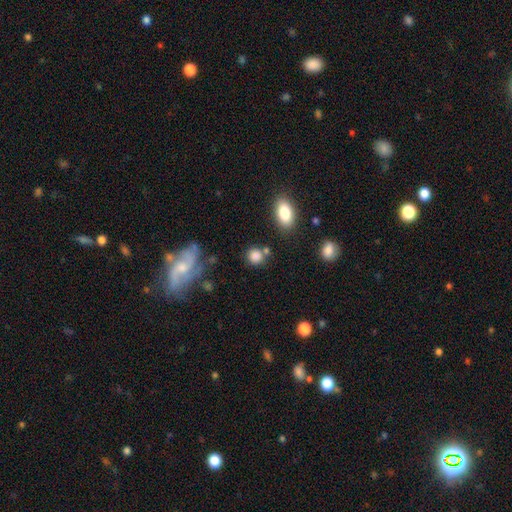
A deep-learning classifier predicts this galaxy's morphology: A smooth galaxy with no disk features (82%) that is round (83%). Merging: none (70%).